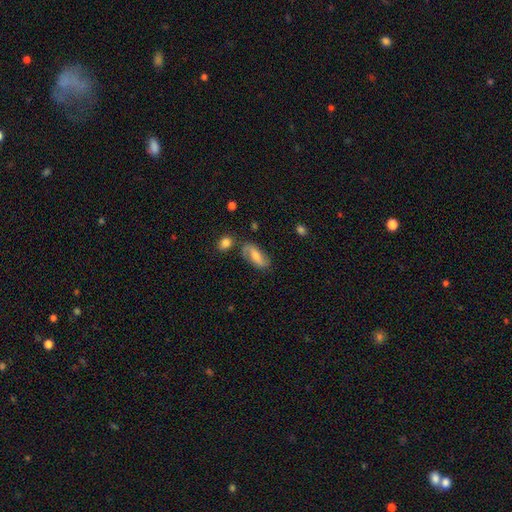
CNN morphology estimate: featured or disk 52%, smooth 40%, star or artifact 8%. Down the decision tree: edge-on disk — no (88%); merging — none (72%).